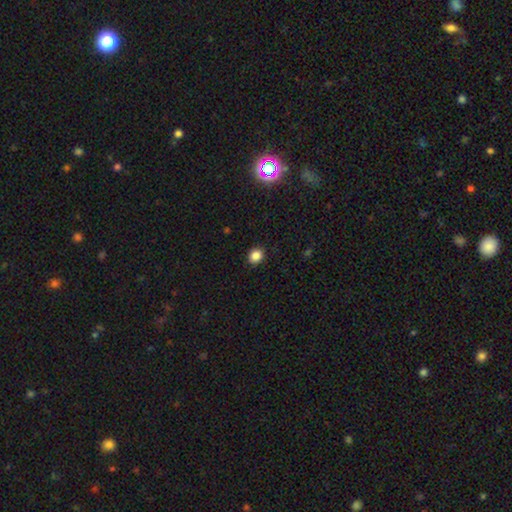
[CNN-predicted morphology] A smooth galaxy with no disk features (86%) that is round (69%).

Vote fractions:
- Smooth or featured? smooth: 86% / star or artifact: 11% / featured or disk: 3%
- How rounded? round: 69% / in between: 30% / cigar-shaped: 1%
- Merging? none: 89% / minor disturbance: 8% / major disturbance: 2% / merger: 1%